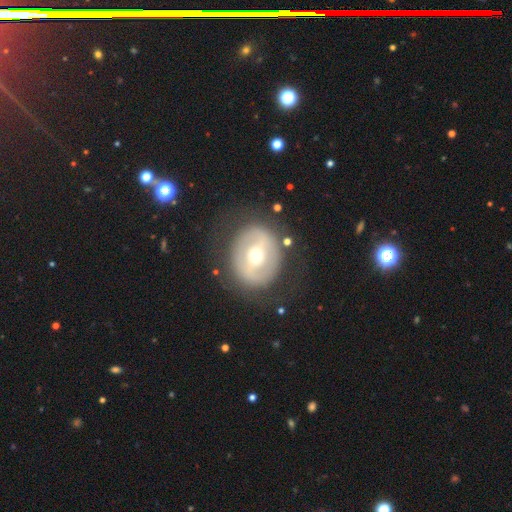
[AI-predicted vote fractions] This is likely a featured or disk galaxy (64%). It is clearly not viewed edge-on (95%). Bar: marginally strong (42%). Spiral arm pattern: likely no (72%). Central bulge: possibly moderate (54%). Merging: likely none (79%).